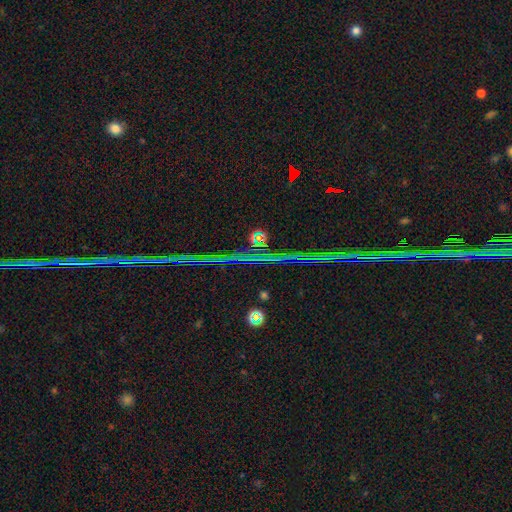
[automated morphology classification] A star or artifact, not a galaxy (88%).

Vote fractions:
- Smooth or featured? star or artifact: 88% / featured or disk: 7% / smooth: 5%